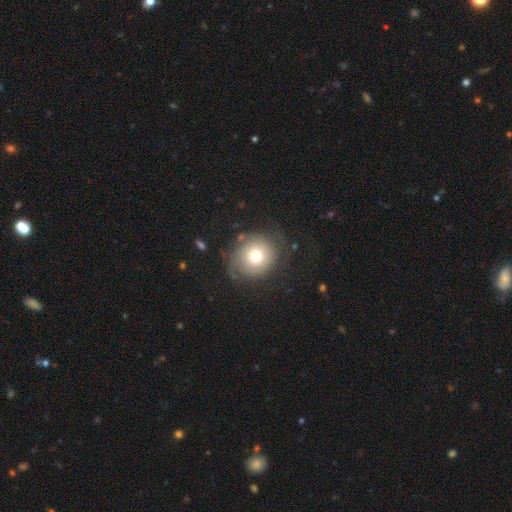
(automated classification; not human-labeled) Smooth or featured: smooth — 70% (featured or disk — 20%)
How rounded: round — 83% (in between — 16%)
Merging: none — 66% (minor disturbance — 20%)